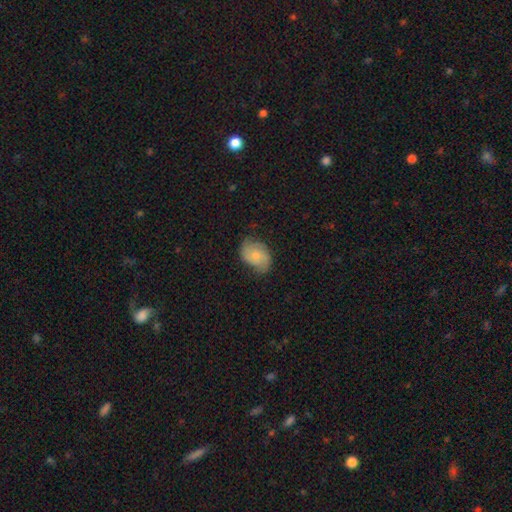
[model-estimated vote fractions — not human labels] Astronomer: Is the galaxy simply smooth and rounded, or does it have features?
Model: smooth — 62%.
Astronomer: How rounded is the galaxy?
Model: in between — 81%.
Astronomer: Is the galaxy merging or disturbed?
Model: none — 60%.